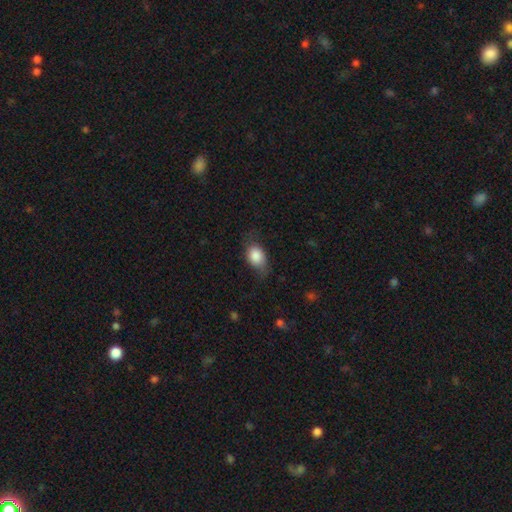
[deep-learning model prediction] Smooth or featured? smooth (80%)
How rounded? in between (72%)
Merging? none (57%)